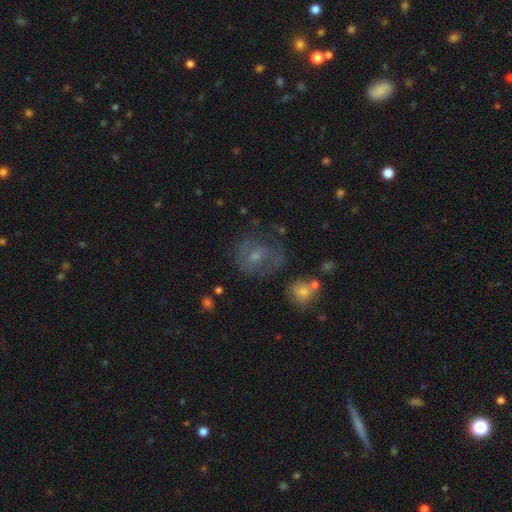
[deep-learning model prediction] Smooth or featured? featured or disk (53%)
Edge-on disk? no (97%)
Bar? no (60%)
Spiral arms? yes (68%)
Bulge size? small (55%)
Merging? none (61%)